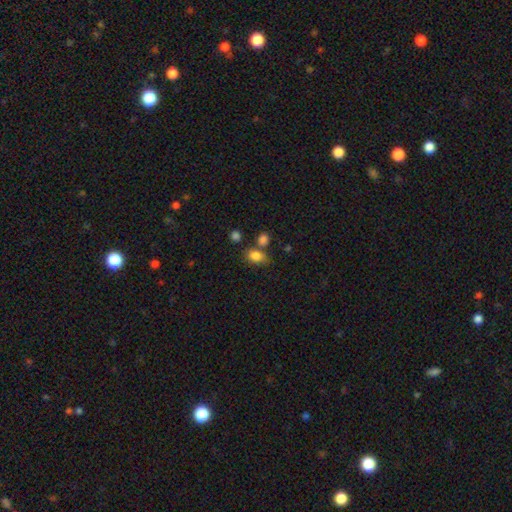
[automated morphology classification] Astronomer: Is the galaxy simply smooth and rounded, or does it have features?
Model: smooth — 83%.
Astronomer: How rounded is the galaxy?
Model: in between — 75%.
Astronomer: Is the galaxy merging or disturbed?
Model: none — 60%.